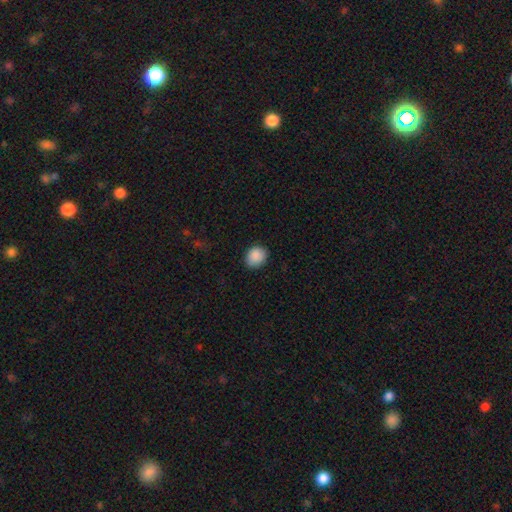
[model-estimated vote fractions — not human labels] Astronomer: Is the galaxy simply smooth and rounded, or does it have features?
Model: smooth — 89%.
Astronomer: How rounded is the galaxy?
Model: round — 60% (runner-up: in between, 39%).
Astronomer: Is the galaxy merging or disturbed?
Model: none — 85%.